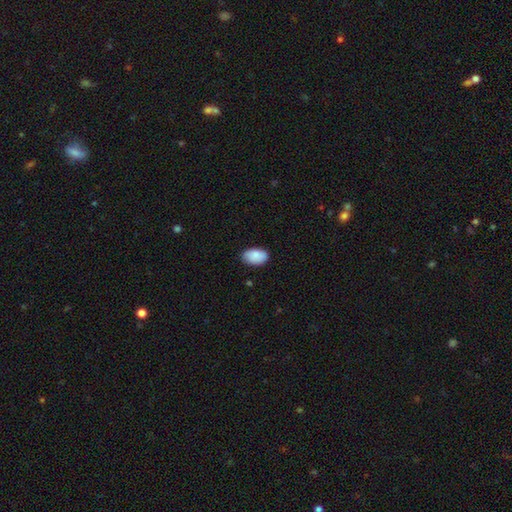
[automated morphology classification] type=smooth (87%); roundness=in between (93%); merging=none (81%).